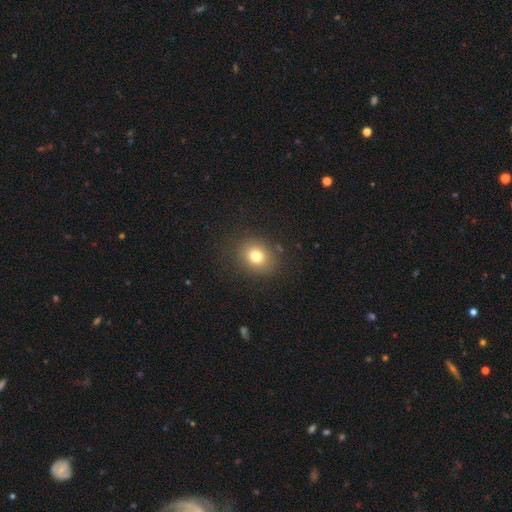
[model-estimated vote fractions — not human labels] smooth_or_featured: smooth (p=0.78) [alt: star or artifact p=0.13]
how_rounded: round (p=0.61) [alt: in between p=0.38]
merging: none (p=0.84) [alt: minor disturbance p=0.10]